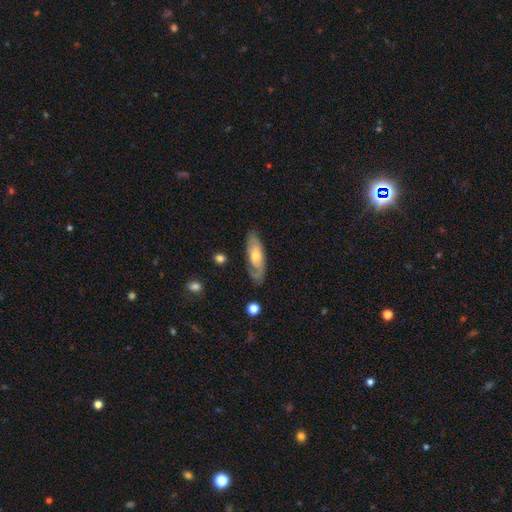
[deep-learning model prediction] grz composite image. It shows a featured or disk galaxy (58%). Merging: none (74%).